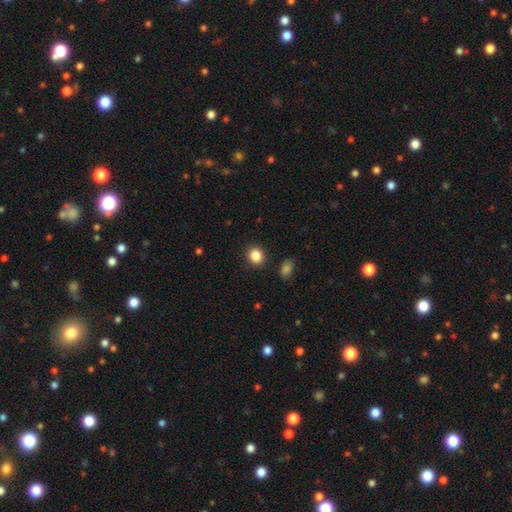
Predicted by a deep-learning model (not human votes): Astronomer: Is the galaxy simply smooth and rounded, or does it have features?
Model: smooth — 85%.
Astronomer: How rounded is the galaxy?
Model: round — 80%.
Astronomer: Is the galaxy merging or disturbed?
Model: none — 90%.